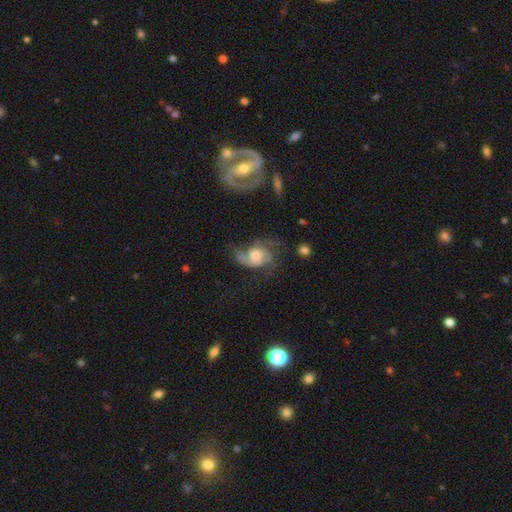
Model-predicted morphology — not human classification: Smooth or featured? featured or disk (70%)
Edge-on disk? no (96%)
Bar? no (71%)
Spiral arms? yes (87%)
Spiral winding? medium (45%)
Spiral arm count? 2 (55%)
Bulge size? moderate (51%)
Merging? none (40%)